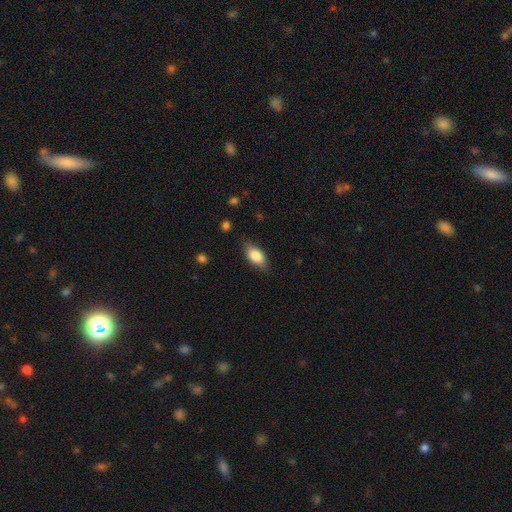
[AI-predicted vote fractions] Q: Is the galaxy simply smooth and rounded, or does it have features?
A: smooth — 81%.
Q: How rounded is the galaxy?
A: in between — 87%.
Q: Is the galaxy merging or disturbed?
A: none — 80%.